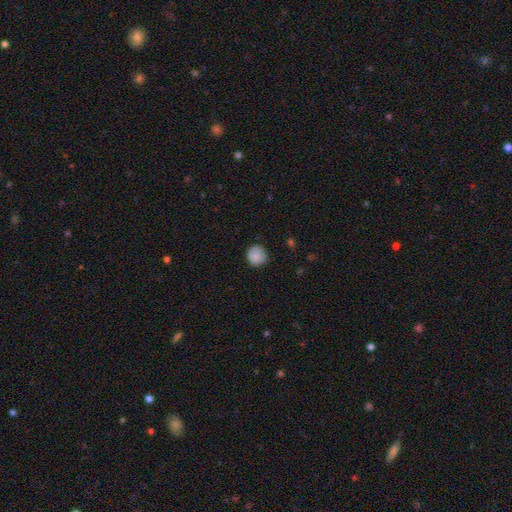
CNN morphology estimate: Q: Smooth or featured?
A: smooth (87%); runner-up: star or artifact (8%)
Q: How rounded?
A: round (91%); runner-up: in between (8%)
Q: Merging?
A: none (82%); runner-up: minor disturbance (14%)